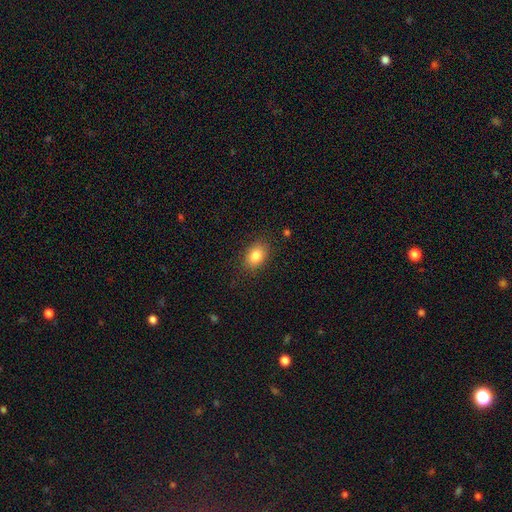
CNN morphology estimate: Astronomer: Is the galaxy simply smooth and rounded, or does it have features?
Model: smooth — 84%.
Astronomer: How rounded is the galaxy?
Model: in between — 75%.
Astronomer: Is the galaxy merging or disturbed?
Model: none — 85%.